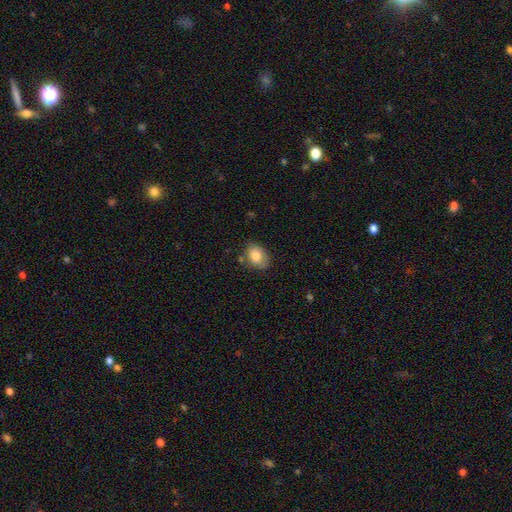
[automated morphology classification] smooth_or_featured: smooth (p=0.83) [alt: featured or disk p=0.09]
how_rounded: in between (p=0.74) [alt: round p=0.25]
merging: none (p=0.68) [alt: minor disturbance p=0.22]